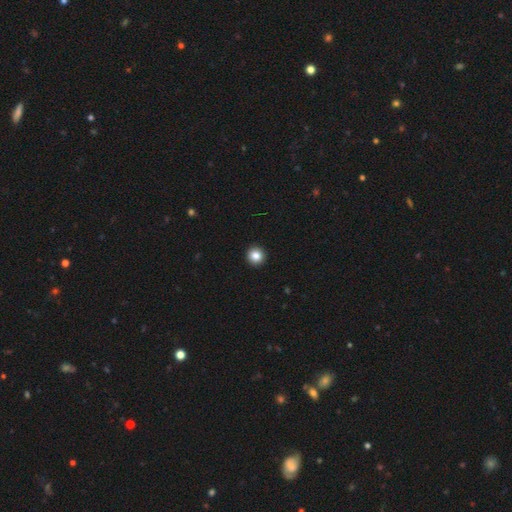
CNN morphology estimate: smooth-or-featured: smooth: 84% | star or artifact: 10% | featured or disk: 5%
  how-rounded: round: 95% | in between: 4% | cigar-shaped: 1%
  merging: none: 94% | minor disturbance: 4% | major disturbance: 1% | merger: 1%